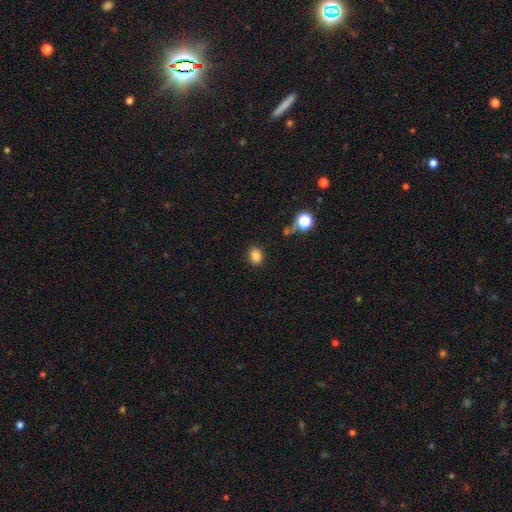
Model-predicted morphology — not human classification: Smooth or featured? Predicted: smooth (p=0.84). How rounded? Predicted: in between (p=0.64). Merging? Predicted: none (p=0.83).